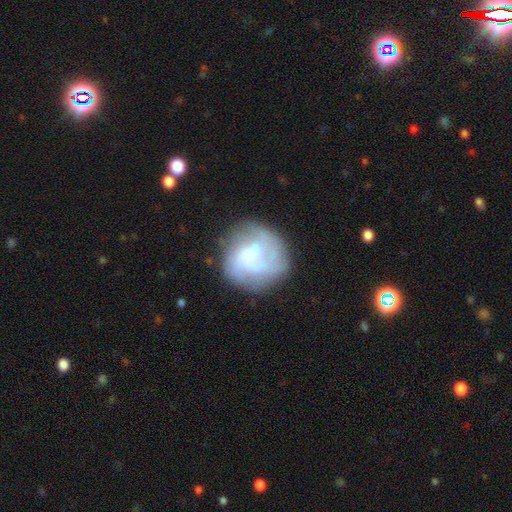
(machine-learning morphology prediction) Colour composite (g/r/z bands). It shows a featured or disk galaxy (61%) with no bar (61%), spiral arms (80%) and a small central bulge (38%). Merging: none (68%).